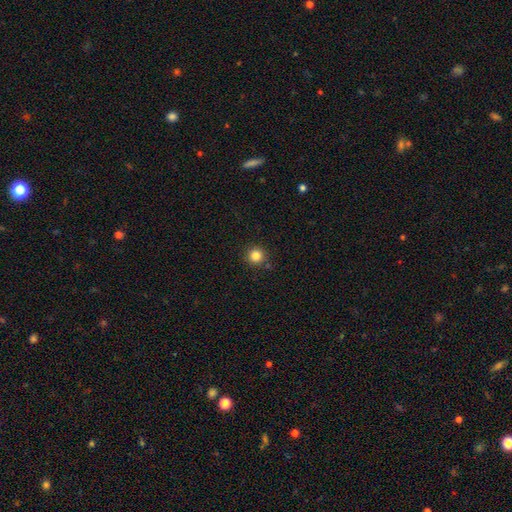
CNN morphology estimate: smooth 84%, star or artifact 12%, featured or disk 5%. Down the decision tree: how rounded — round (95%); merging — none (87%).